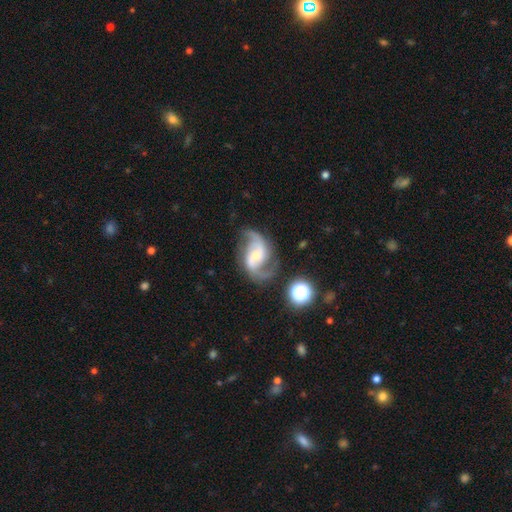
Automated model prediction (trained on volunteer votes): smooth-or-featured: featured or disk: 88% | star or artifact: 6% | smooth: 6%
  disk-edge-on: no: 98% | yes: 2%
    bar: weak: 43% | no: 35% | strong: 22%
    has-spiral-arms: yes: 97% | no: 3%
      spiral-winding: loose: 50% | medium: 41% | tight: 9%
      spiral-arm-count: 2: 92% | can't tell: 2% | 1: 2% | 3: 2% | 4: 1% | more than 4: 1%
    bulge-size: moderate: 48% | small: 46% | large: 4% | none: 2% | dominant: 1%
  merging: none: 71% | minor disturbance: 17% | major disturbance: 10% | merger: 3%